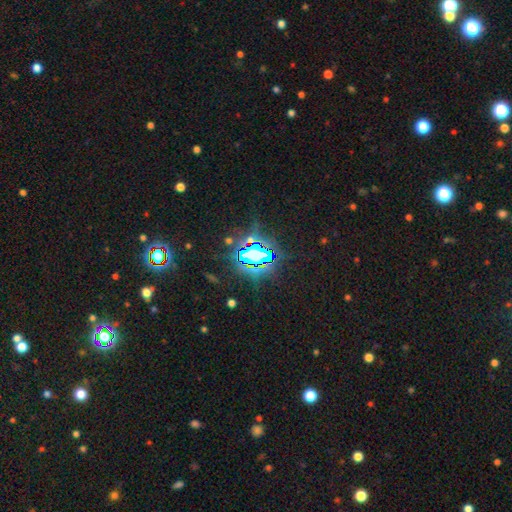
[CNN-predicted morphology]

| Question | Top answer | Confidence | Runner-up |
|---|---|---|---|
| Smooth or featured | star or artifact | 72% | smooth (16%) |